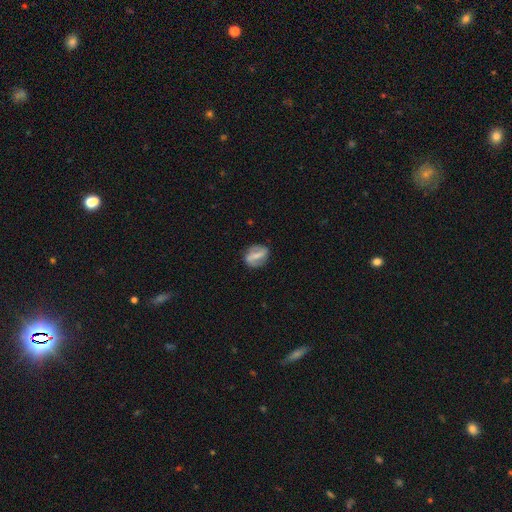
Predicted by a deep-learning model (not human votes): Morphology: type=featured or disk (67%); edge-on=no (95%); bar=strong (65%); spiral arms=yes (78%); bulge=small (36%); merging=none (81%).